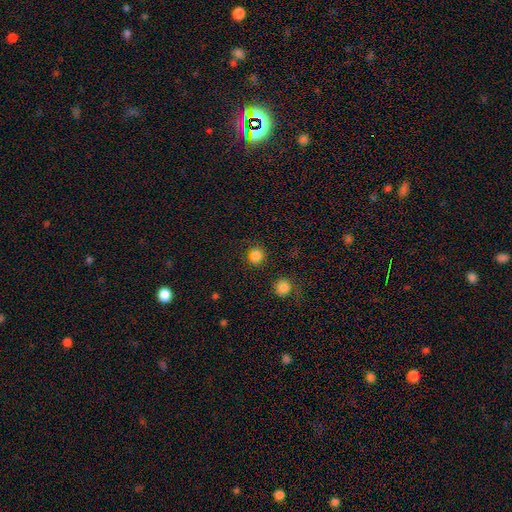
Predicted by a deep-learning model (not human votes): This is clearly a smooth galaxy (83%). How rounded: clearly round (89%). Merging: clearly none (84%).